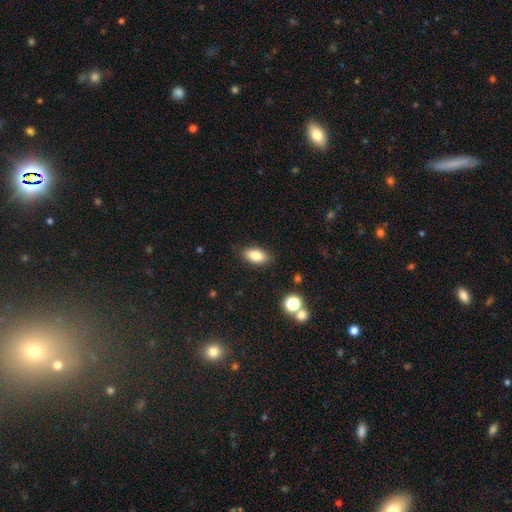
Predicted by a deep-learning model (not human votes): Smooth or featured: smooth — 82% (featured or disk — 9%)
How rounded: in between — 89% (cigar-shaped — 6%)
Merging: none — 86% (minor disturbance — 10%)